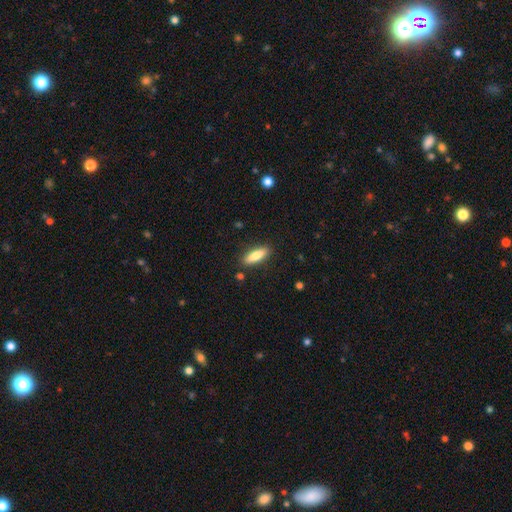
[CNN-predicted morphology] This is likely a smooth galaxy (79%). How rounded: possibly in between (54%). Merging: clearly none (87%).